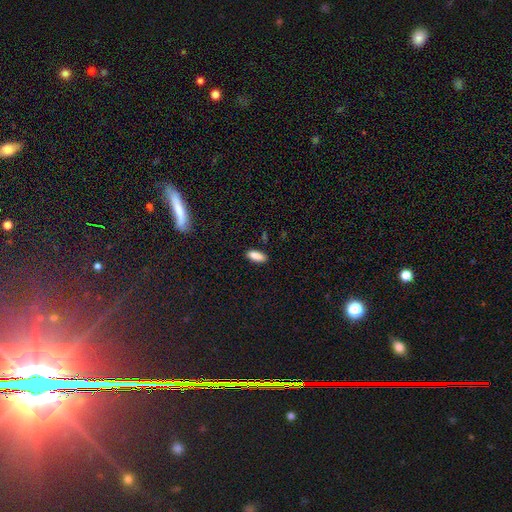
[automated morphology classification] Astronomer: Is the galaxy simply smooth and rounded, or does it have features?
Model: smooth — 88%.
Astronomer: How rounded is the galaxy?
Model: in between — 81%.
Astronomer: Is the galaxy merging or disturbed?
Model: none — 86%.